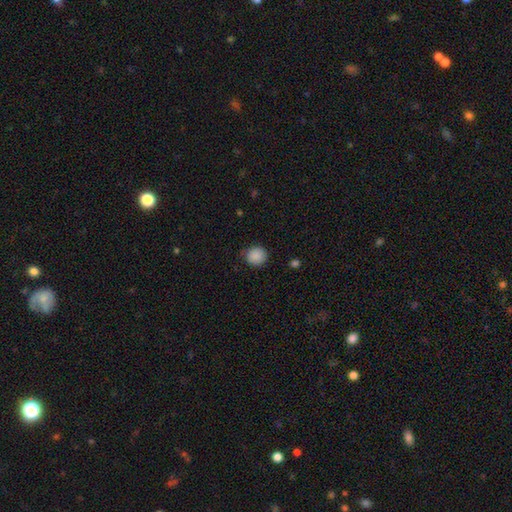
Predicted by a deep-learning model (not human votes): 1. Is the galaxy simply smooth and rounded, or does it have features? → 88% smooth, 9% star or artifact, 3% featured or disk.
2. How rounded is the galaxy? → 87% round, 12% in between, 1% cigar-shaped.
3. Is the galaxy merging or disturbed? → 81% none, 15% minor disturbance, 3% major disturbance, 1% merger.